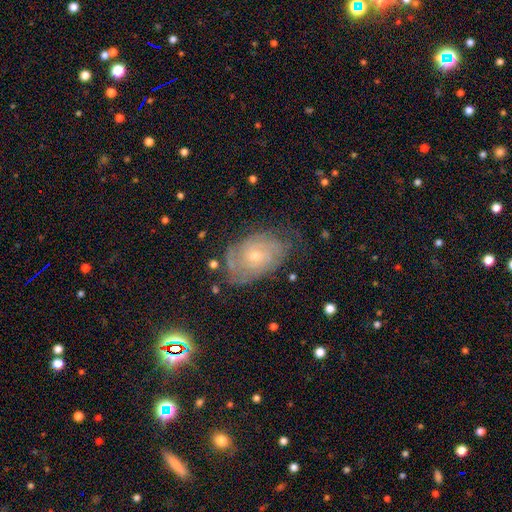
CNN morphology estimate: This is likely a featured or disk galaxy (78%). It is clearly not viewed edge-on (96%). Bar: likely no (71%). Spiral arm pattern: clearly yes (91%). Spiral arm count: possibly can't tell (48%). Spiral winding: likely tight (72%). Central bulge: possibly small (57%). Merging: likely none (66%).